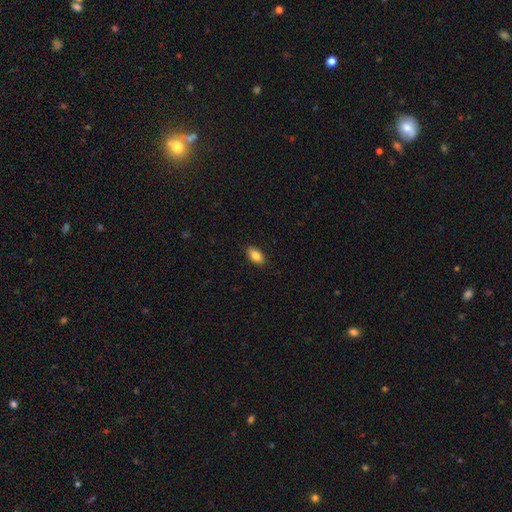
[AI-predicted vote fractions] A smooth galaxy with no disk features (84%) that is in between round and cigar-shaped (91%). Merging: none (89%).